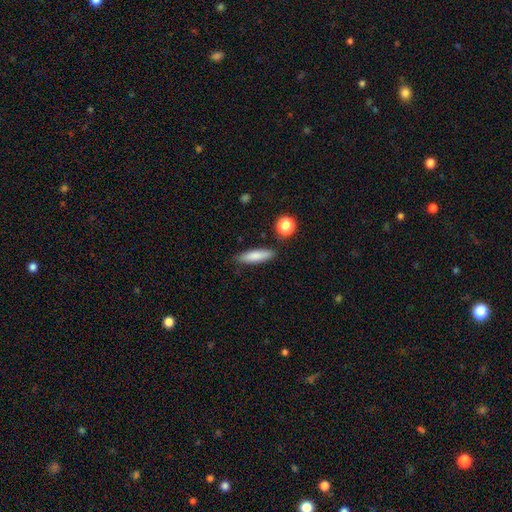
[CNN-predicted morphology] This is clearly a smooth galaxy (81%). How rounded: likely cigar-shaped (69%). Merging: clearly none (85%).